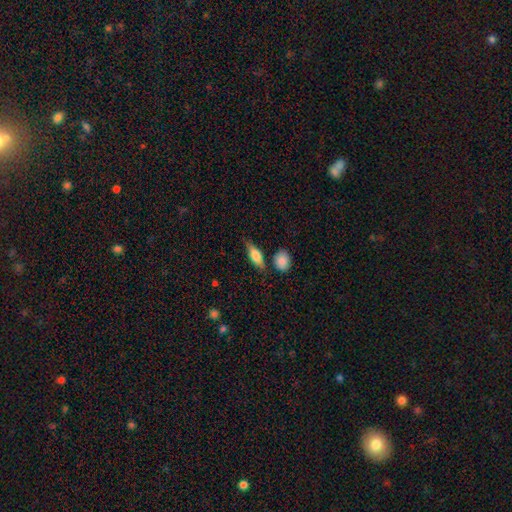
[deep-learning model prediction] This is likely a smooth galaxy (64%). How rounded: possibly in between (56%). Merging: likely none (73%).